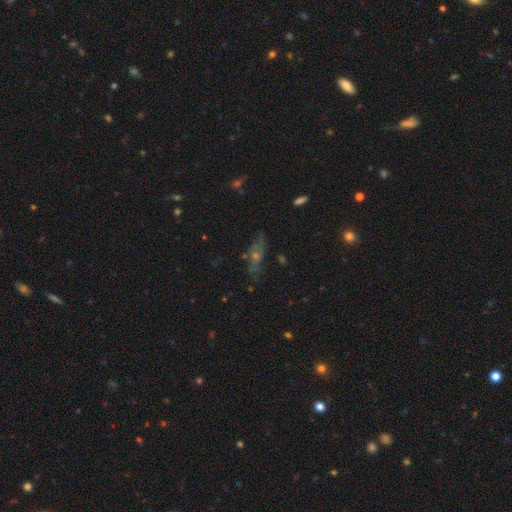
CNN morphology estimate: This appears to be a featured or disk galaxy (45%). Merging: none (72%).